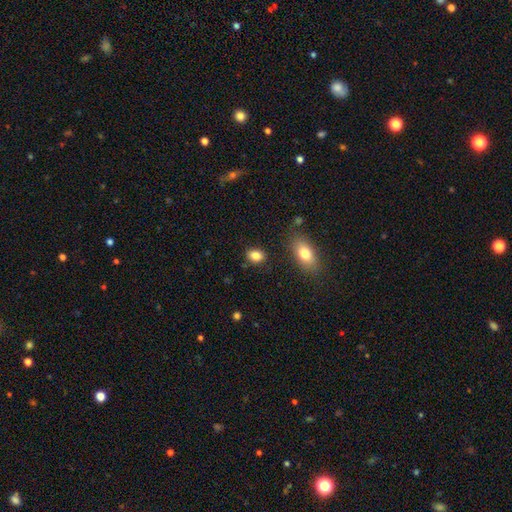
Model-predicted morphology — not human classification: smooth-or-featured: smooth: 83% | star or artifact: 10% | featured or disk: 7%
  how-rounded: in between: 70% | round: 28% | cigar-shaped: 2%
  merging: none: 84% | minor disturbance: 11% | major disturbance: 3% | merger: 3%